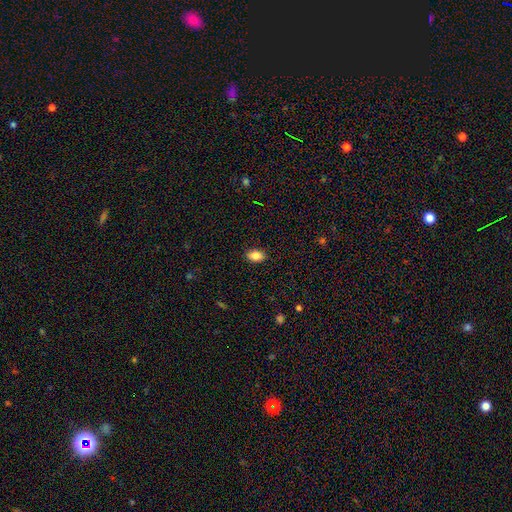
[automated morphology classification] This is clearly a smooth galaxy (86%). How rounded: clearly in between (85%). Merging: clearly none (87%).